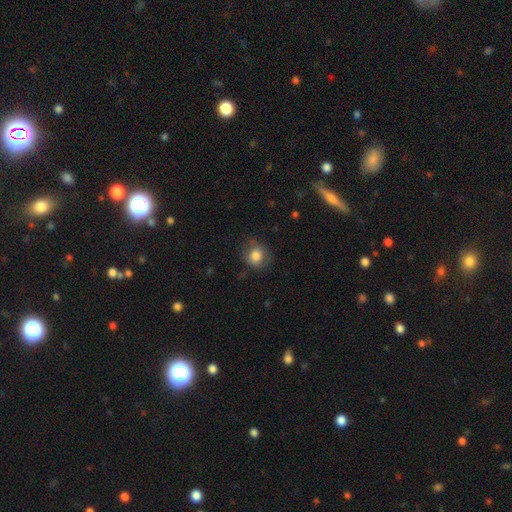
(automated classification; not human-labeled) This appears to be a smooth galaxy with no disk features (81%) that is round (76%). Merging: none (71%).